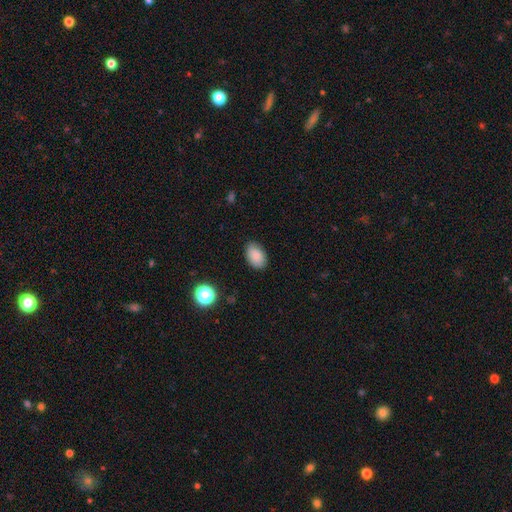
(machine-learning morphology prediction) This appears to be a smooth galaxy with no disk features (87%) that is in between round and cigar-shaped (88%). Merging: none (83%).